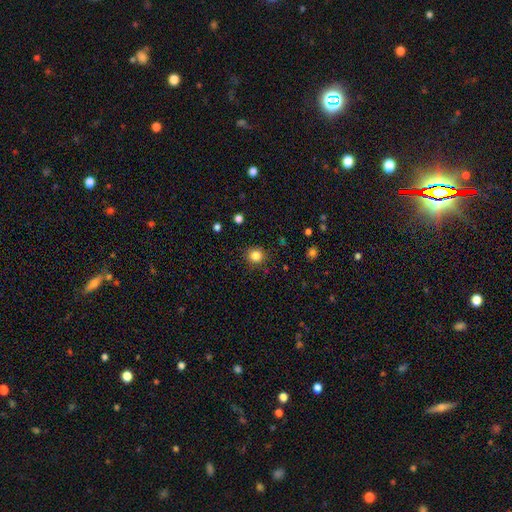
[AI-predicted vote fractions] The model was most divided on "smooth or featured": smooth: 84%, star or artifact: 12%, featured or disk: 4%. More confident: how rounded — round (90%); merging — none (89%).